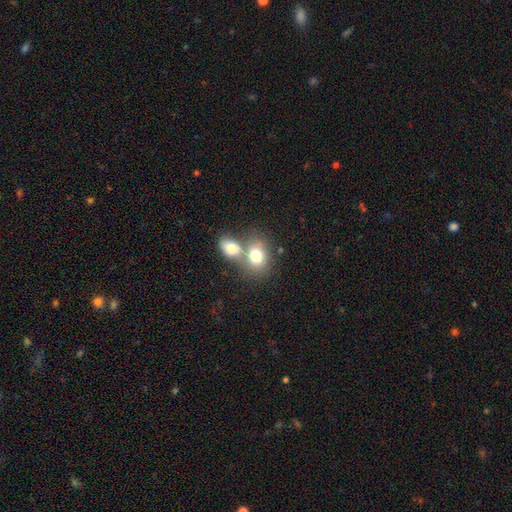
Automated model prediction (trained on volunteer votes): A smooth galaxy with no disk features (77%) that is in between round and cigar-shaped (57%).

Vote fractions:
- Smooth or featured? smooth: 77% / featured or disk: 14% / star or artifact: 9%
- How rounded? in between: 57% / round: 42% / cigar-shaped: 1%
- Merging? merger: 55% / none: 33% / minor disturbance: 8% / major disturbance: 4%